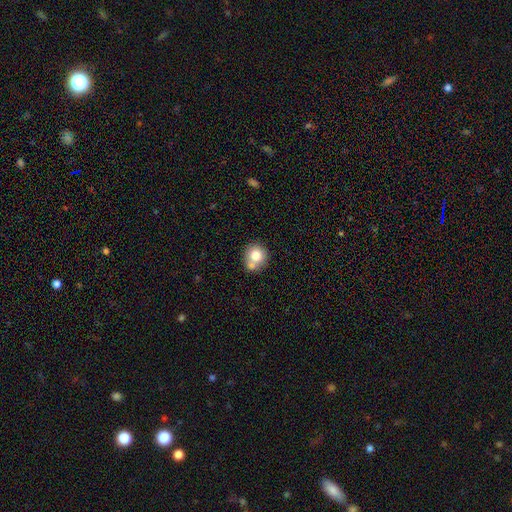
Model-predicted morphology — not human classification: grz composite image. It shows a smooth galaxy with no disk features (76%) that is round (85%). Merging: none (53%).